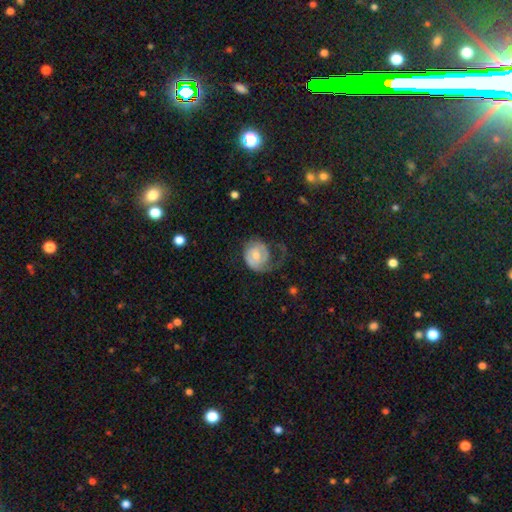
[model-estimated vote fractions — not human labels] Smooth or featured? Predicted: featured or disk (p=0.67). Edge-on disk? Predicted: no (p=0.98). Bar? Predicted: no (p=0.61). Spiral arms? Predicted: yes (p=0.88). Spiral winding? Predicted: tight (p=0.42). Spiral arm count? Predicted: 2 (p=0.43). Bulge size? Predicted: moderate (p=0.55). Merging? Predicted: none (p=0.42).